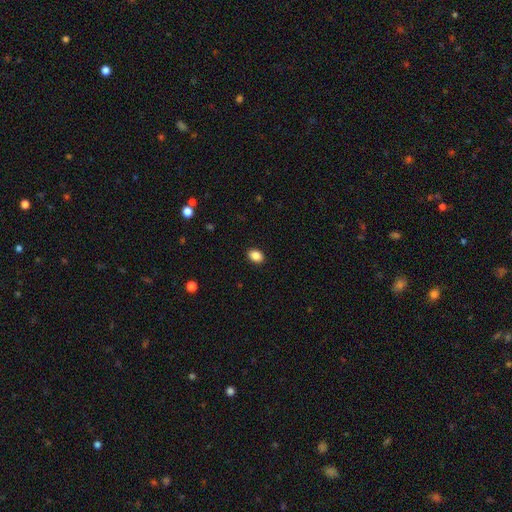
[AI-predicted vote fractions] A smooth galaxy with no disk features (88%) that is in between round and cigar-shaped (77%).

Vote fractions:
- Smooth or featured? smooth: 88% / star or artifact: 9% / featured or disk: 4%
- How rounded? in between: 77% / round: 22% / cigar-shaped: 1%
- Merging? none: 90% / minor disturbance: 7% / major disturbance: 2% / merger: 1%